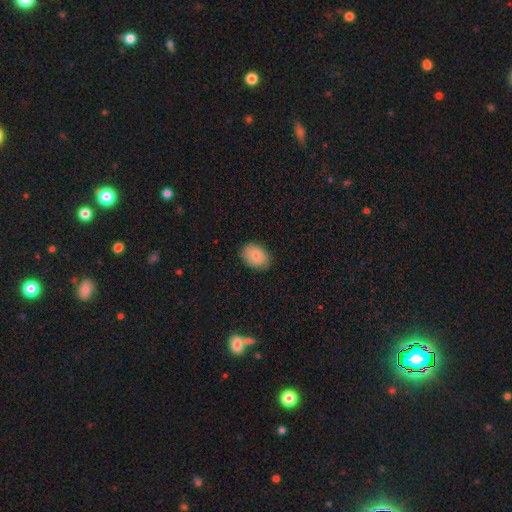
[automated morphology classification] smooth 76%, featured or disk 16%, star or artifact 7%. Down the decision tree: how rounded — in between (74%); merging — none (81%).